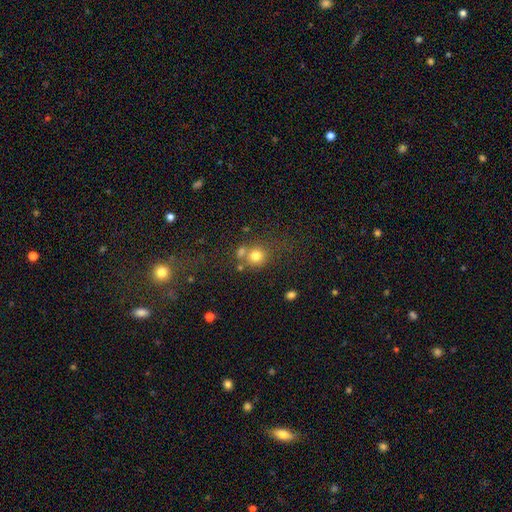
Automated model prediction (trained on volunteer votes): Overall: smooth (76%). How rounded: round (85%). Merging: none (57%; merger 26%).